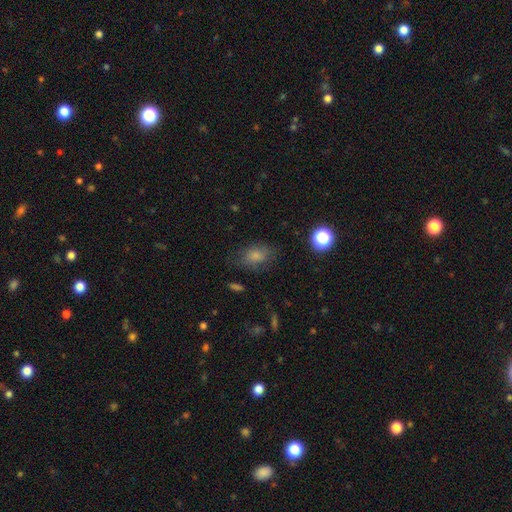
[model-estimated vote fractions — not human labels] Morphology: type=smooth (78%); roundness=in between (79%); merging=none (70%).